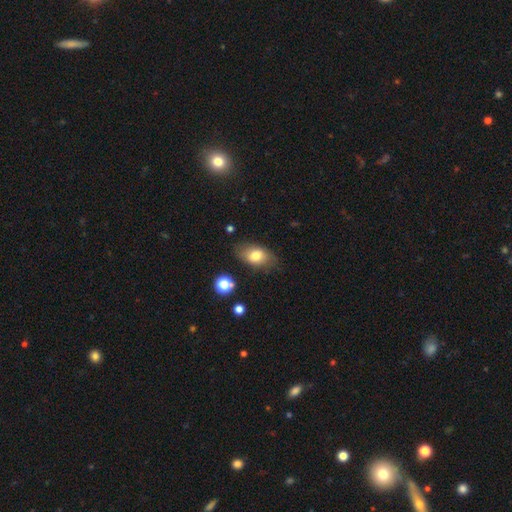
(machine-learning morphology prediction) Overall: smooth (76%). How rounded: in between (88%). Merging: none (76%).